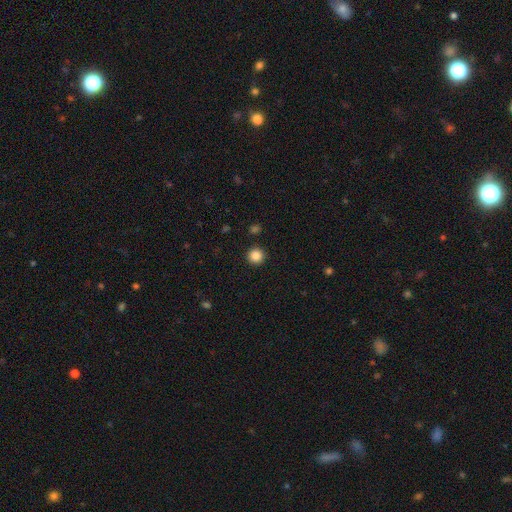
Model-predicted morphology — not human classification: Overall: smooth (86%). How rounded: round (96%). Merging: none (93%).